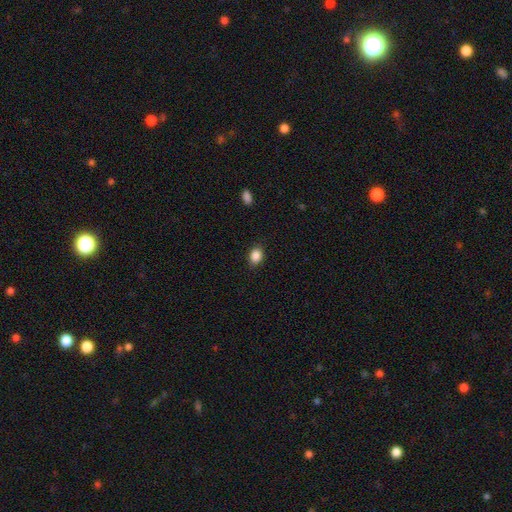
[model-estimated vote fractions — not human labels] Smooth or featured? Predicted: smooth (p=0.87). How rounded? Predicted: in between (p=0.65). Merging? Predicted: none (p=0.85).